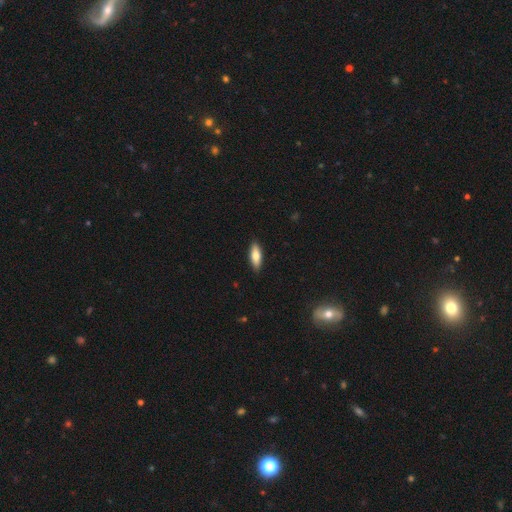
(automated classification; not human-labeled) This appears to be a smooth galaxy with no disk features (74%) that is in between round and cigar-shaped (59%). Merging: none (89%).